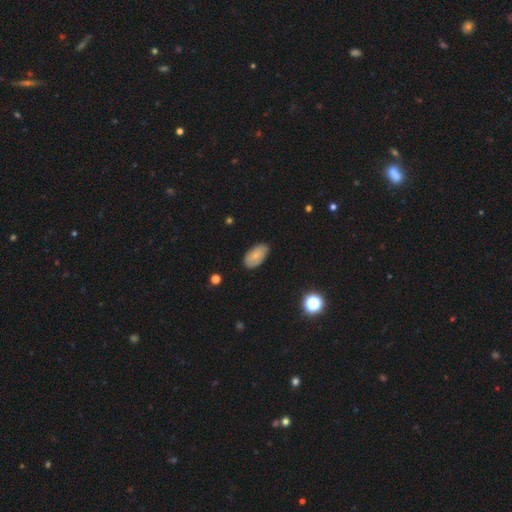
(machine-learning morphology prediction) This appears to be a smooth galaxy with no disk features (71%) that is in between round and cigar-shaped (94%). Merging: none (81%).